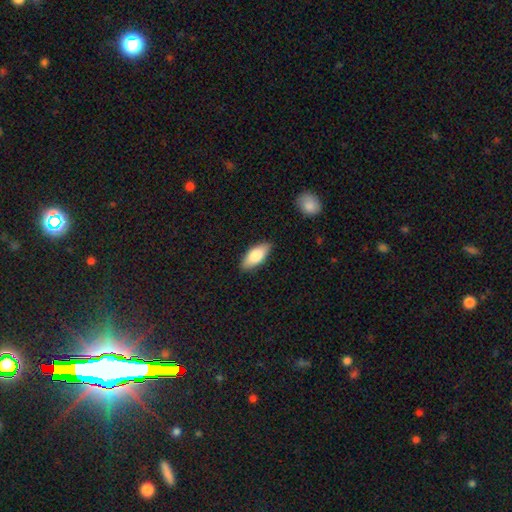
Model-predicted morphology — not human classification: Smooth or featured? smooth (81%)
How rounded? in between (84%)
Merging? none (86%)